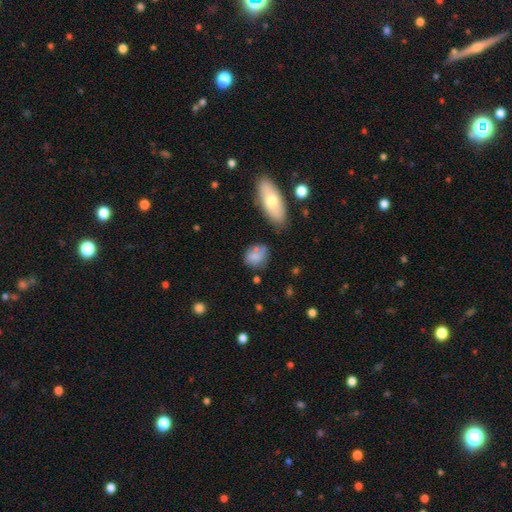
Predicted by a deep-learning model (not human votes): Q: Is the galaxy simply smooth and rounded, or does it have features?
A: smooth — 75%.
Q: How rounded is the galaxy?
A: in between — 57%.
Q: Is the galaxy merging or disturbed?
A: none — 55%.